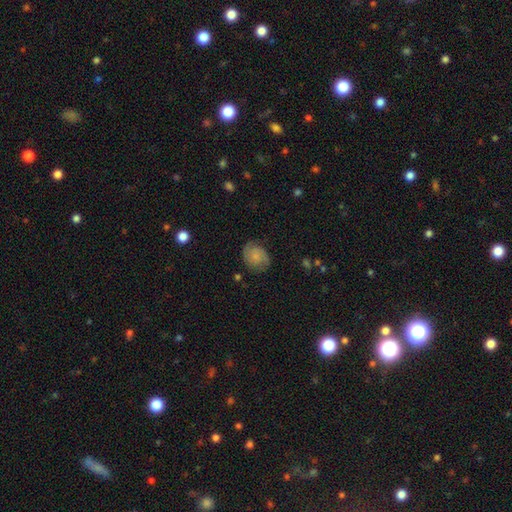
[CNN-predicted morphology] The model was most divided on "smooth or featured": featured or disk: 49%, smooth: 42%, star or artifact: 8%. More confident: merging — none (71%).